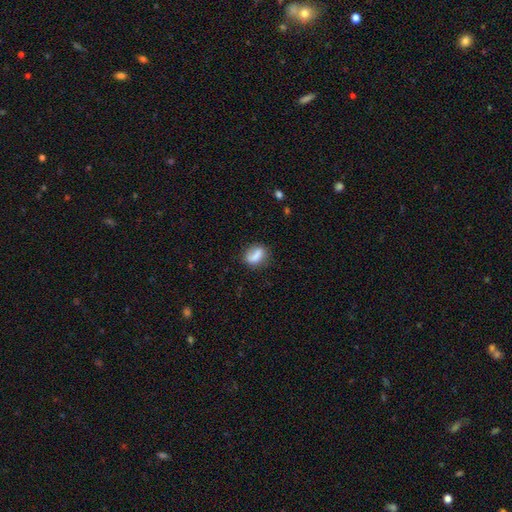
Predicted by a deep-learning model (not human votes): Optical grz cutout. It shows a smooth galaxy with no disk features (76%) that is in between round and cigar-shaped (69%). Merging: none (58%).